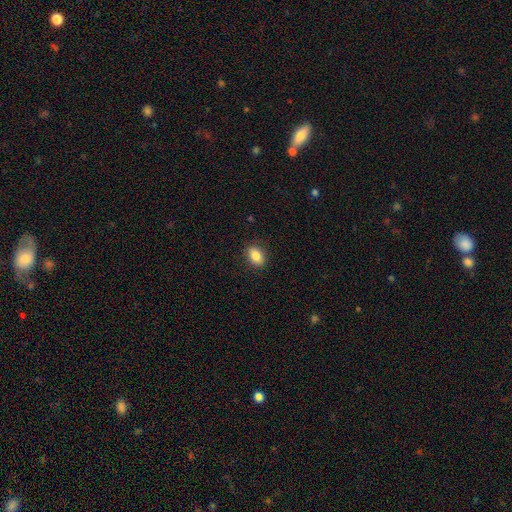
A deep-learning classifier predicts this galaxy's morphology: Overall: smooth (85%). How rounded: in between (82%). Merging: none (87%).